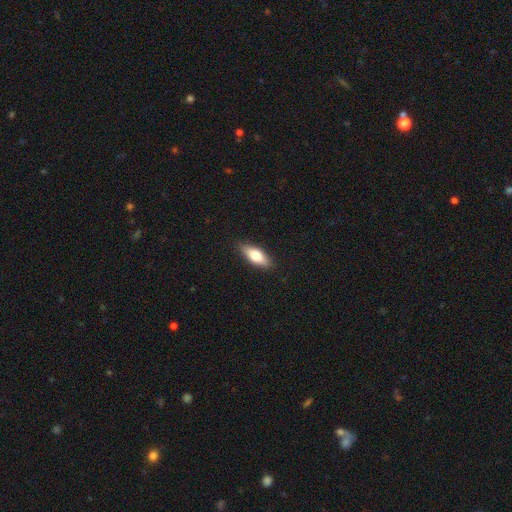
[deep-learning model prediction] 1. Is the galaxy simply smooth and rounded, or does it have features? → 72% smooth, 21% featured or disk, 6% star or artifact.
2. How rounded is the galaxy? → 72% in between, 25% cigar-shaped, 3% round.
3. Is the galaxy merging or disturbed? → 86% none, 11% minor disturbance, 2% major disturbance, 1% merger.